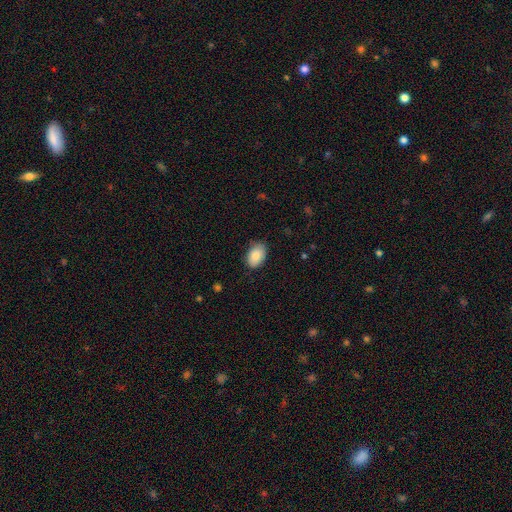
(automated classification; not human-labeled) Overall: smooth (87%). How rounded: in between (89%). Merging: none (79%).